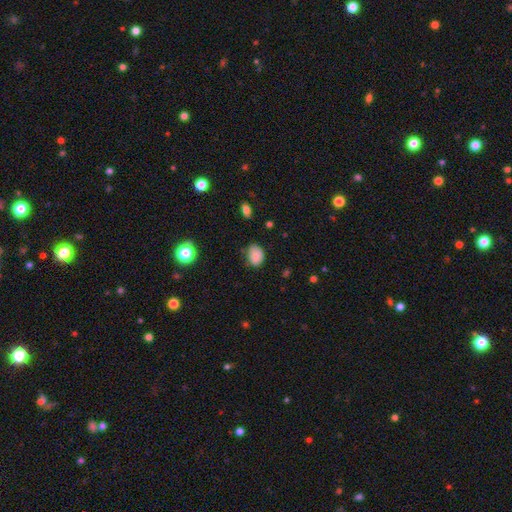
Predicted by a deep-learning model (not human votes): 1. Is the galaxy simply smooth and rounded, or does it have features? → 85% smooth, 10% star or artifact, 5% featured or disk.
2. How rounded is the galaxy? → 70% in between, 29% round, 1% cigar-shaped.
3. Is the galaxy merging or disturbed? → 68% none, 25% minor disturbance, 5% major disturbance, 2% merger.